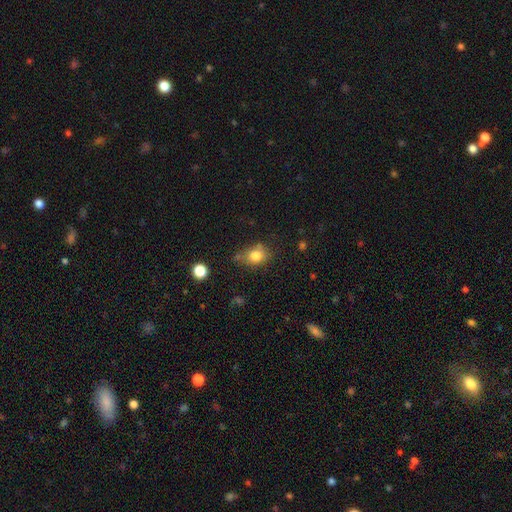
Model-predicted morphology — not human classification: type=smooth (79%); roundness=round (50%); merging=none (64%).